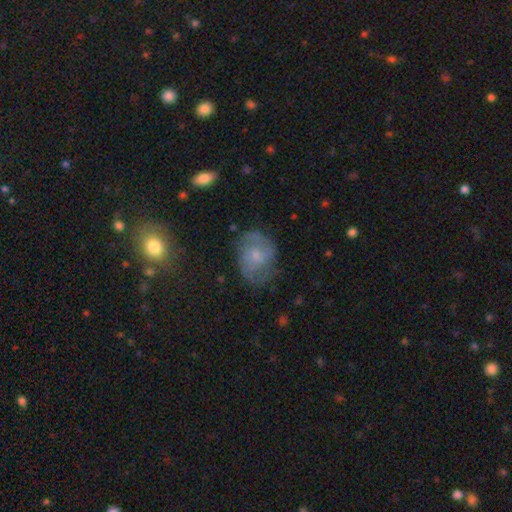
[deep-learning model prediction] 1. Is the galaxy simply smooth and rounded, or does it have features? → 51% featured or disk, 40% smooth, 9% star or artifact.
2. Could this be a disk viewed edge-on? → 97% no, 3% yes.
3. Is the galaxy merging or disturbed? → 60% none, 25% minor disturbance, 13% major disturbance, 2% merger.